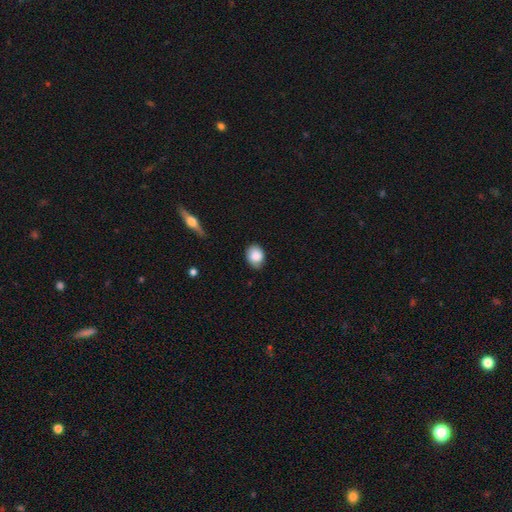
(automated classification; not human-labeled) smooth 86%, star or artifact 8%, featured or disk 6%. Down the decision tree: how rounded — round (53%); merging — none (75%).